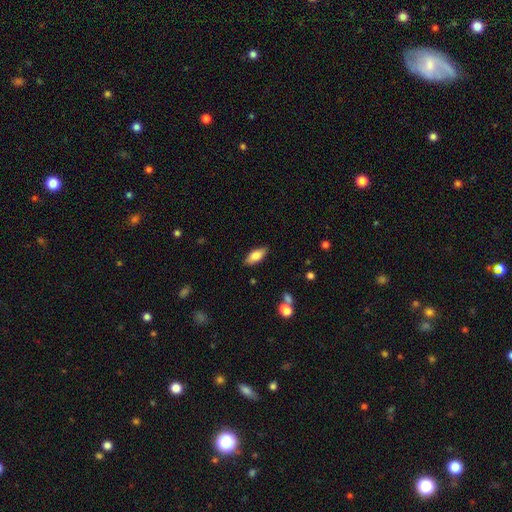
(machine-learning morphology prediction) Smooth or featured? Predicted: smooth (p=0.80). How rounded? Predicted: in between (p=0.84). Merging? Predicted: none (p=0.85).